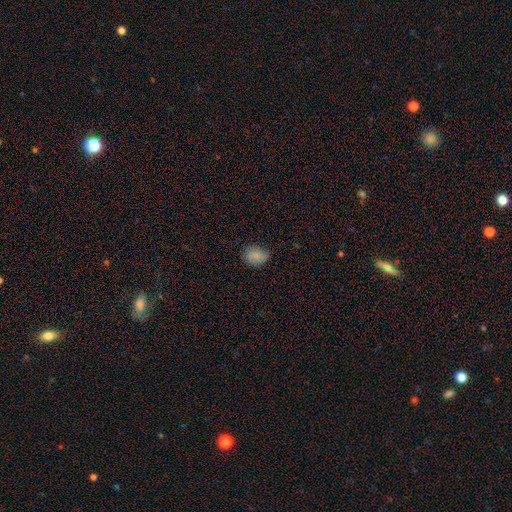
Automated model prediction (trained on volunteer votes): Morphology: type=smooth (85%); roundness=in between (66%); merging=none (75%).